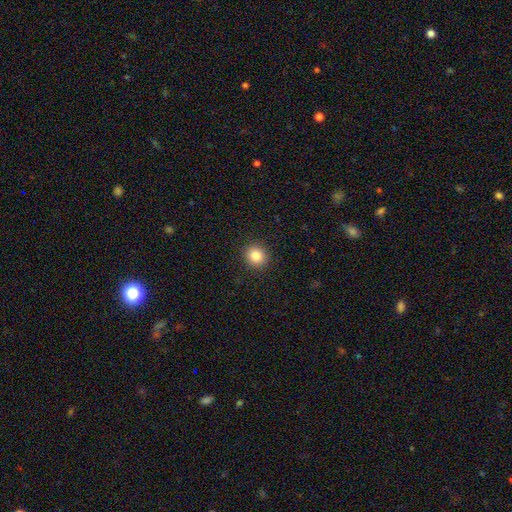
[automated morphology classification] Smooth or featured? smooth (83%)
How rounded? round (85%)
Merging? none (92%)